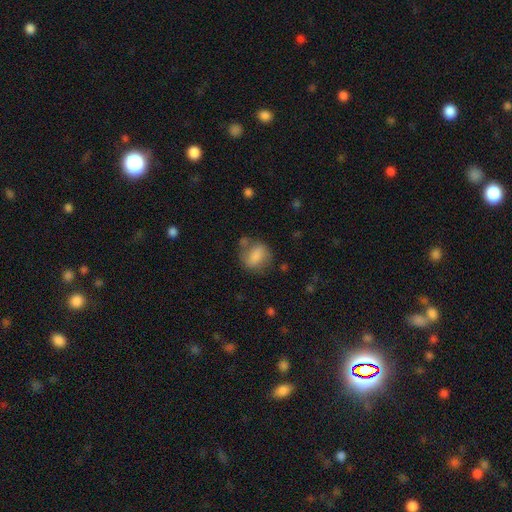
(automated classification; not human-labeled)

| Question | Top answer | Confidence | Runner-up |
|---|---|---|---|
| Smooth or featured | smooth | 72% | featured or disk (20%) |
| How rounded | in between | 52% | round (46%) |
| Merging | none | 56% | minor disturbance (24%) |